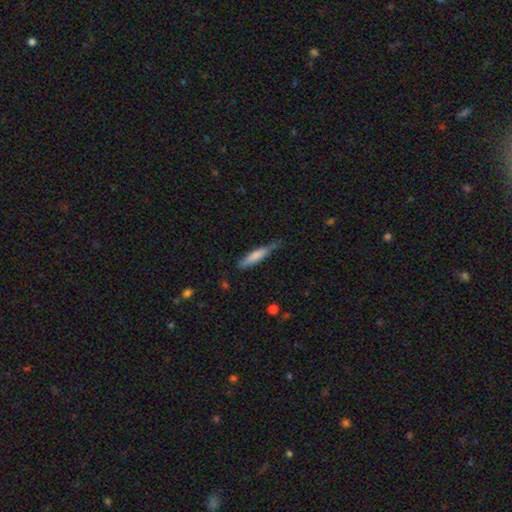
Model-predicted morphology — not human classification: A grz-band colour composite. It shows a smooth galaxy with no disk features (75%) that is cigar-shaped (82%). Merging: none (58%).